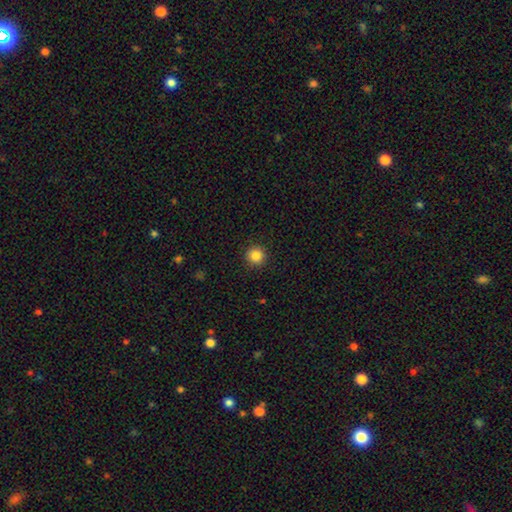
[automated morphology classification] smooth-or-featured: smooth: 85% | star or artifact: 11% | featured or disk: 5%
  how-rounded: round: 95% | in between: 4% | cigar-shaped: 1%
  merging: none: 92% | minor disturbance: 5% | major disturbance: 2% | merger: 1%